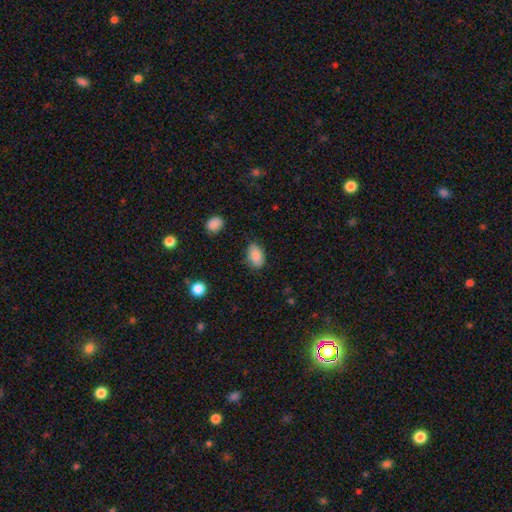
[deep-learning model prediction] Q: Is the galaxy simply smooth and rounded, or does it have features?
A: smooth — 87%.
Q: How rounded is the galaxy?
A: in between — 89%.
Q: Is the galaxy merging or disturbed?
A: none — 76%.